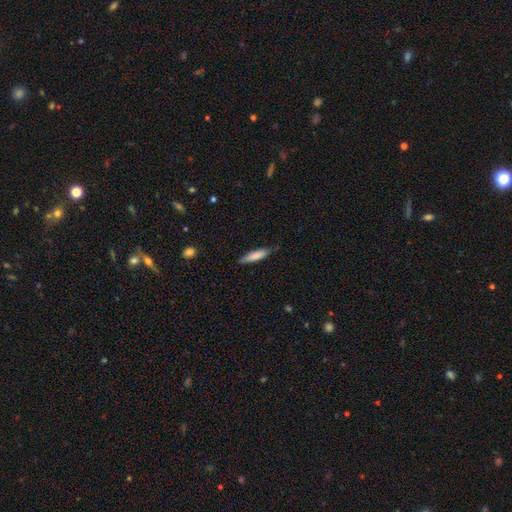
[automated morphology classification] smooth-or-featured: smooth: 80% | featured or disk: 14% | star or artifact: 6%
  how-rounded: cigar-shaped: 77% | in between: 22% | round: 1%
  merging: none: 80% | minor disturbance: 16% | major disturbance: 3% | merger: 1%